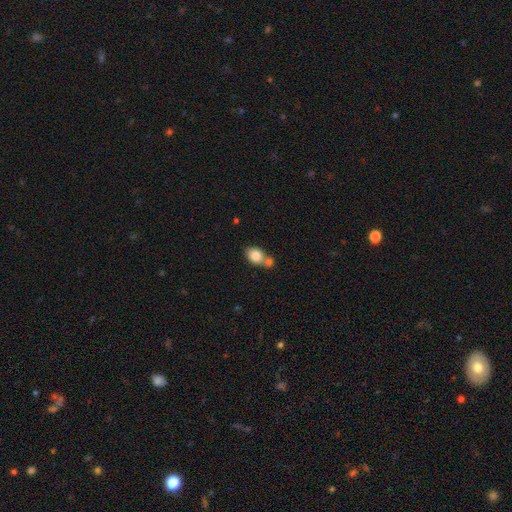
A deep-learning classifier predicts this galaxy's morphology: Smooth or featured? smooth (82%)
How rounded? in between (64%)
Merging? merger (44%)